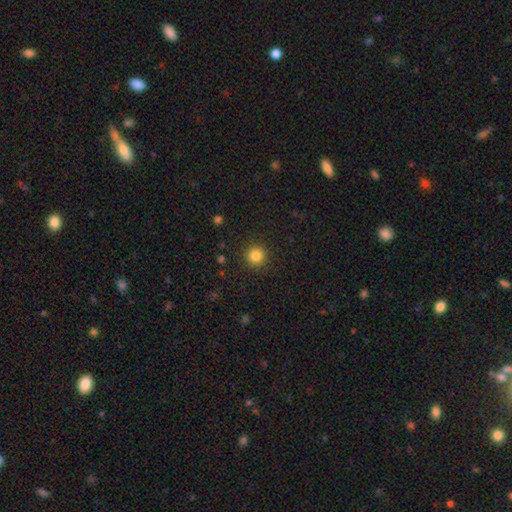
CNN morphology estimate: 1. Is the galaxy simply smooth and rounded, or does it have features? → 84% smooth, 12% star or artifact, 4% featured or disk.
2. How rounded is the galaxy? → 95% round, 4% in between, 1% cigar-shaped.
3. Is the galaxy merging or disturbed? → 91% none, 6% minor disturbance, 2% major disturbance, 1% merger.